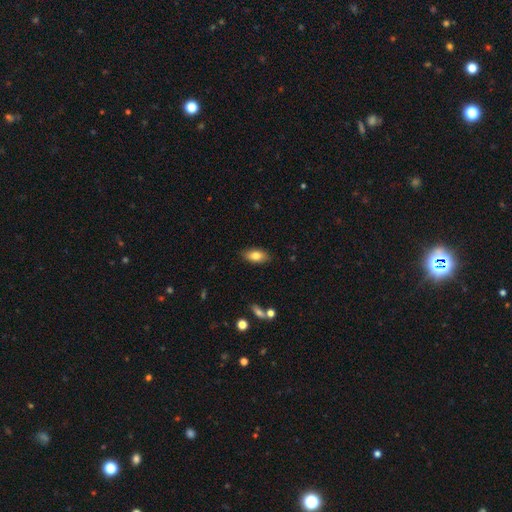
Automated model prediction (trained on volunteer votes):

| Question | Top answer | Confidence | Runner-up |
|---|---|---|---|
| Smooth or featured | smooth | 80% | featured or disk (12%) |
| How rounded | in between | 90% | cigar-shaped (6%) |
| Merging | none | 86% | minor disturbance (10%) |